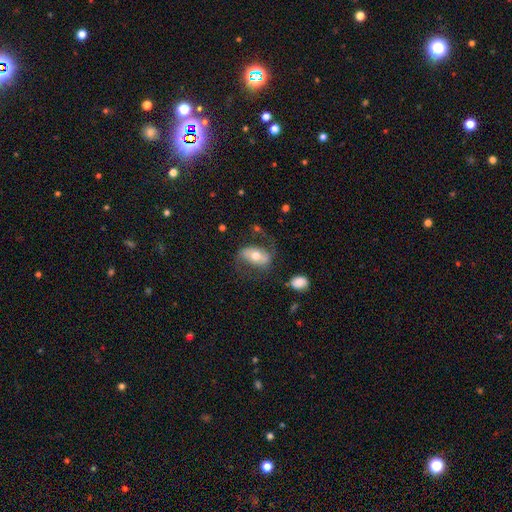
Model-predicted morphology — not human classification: A featured or disk galaxy (57%) with no bar (42%), spiral arms (74%) and a moderate central bulge (72%).

Vote fractions:
- Smooth or featured? featured or disk: 57% / smooth: 36% / star or artifact: 7%
- Edge-on disk? no: 92% / yes: 8%
- Bar? no: 42% / strong: 30% / weak: 29%
- Spiral arms? yes: 74% / no: 26%
- Bulge size? moderate: 72% / small: 15% / large: 10% / dominant: 2% / none: 1%
- Merging? none: 58% / minor disturbance: 20% / major disturbance: 18% / merger: 4%